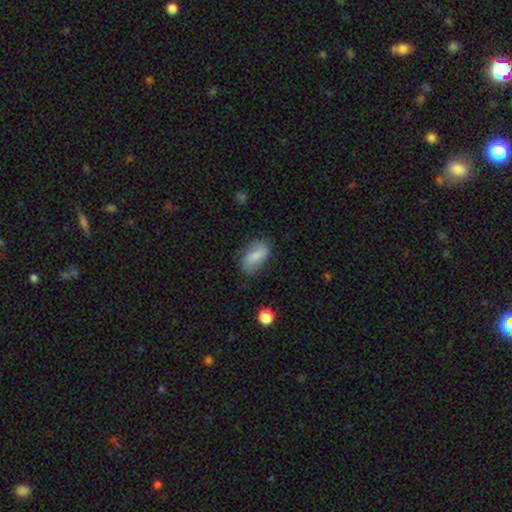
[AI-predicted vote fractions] Morphology: type=smooth (68%); roundness=in between (91%); merging=none (72%).